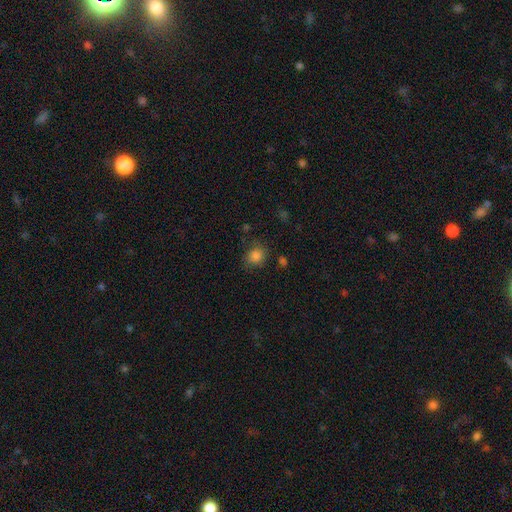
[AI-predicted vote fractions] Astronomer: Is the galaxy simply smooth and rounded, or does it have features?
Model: smooth — 84%.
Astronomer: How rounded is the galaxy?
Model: round — 74%.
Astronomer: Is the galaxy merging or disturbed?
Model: none — 76%.